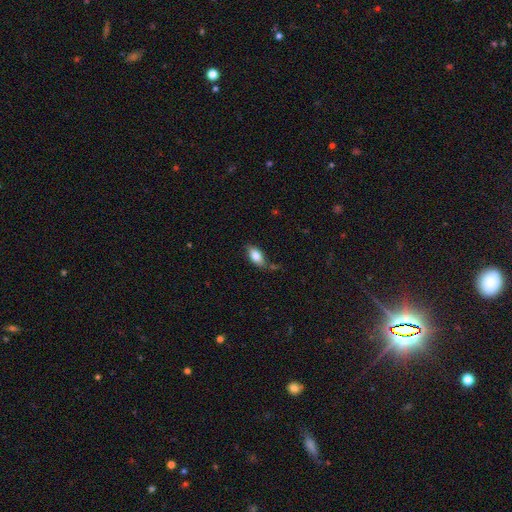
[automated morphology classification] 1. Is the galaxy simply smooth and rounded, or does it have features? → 78% smooth, 15% featured or disk, 7% star or artifact.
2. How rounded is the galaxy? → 87% in between, 9% cigar-shaped, 4% round.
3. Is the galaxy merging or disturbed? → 68% none, 22% minor disturbance, 5% major disturbance, 5% merger.